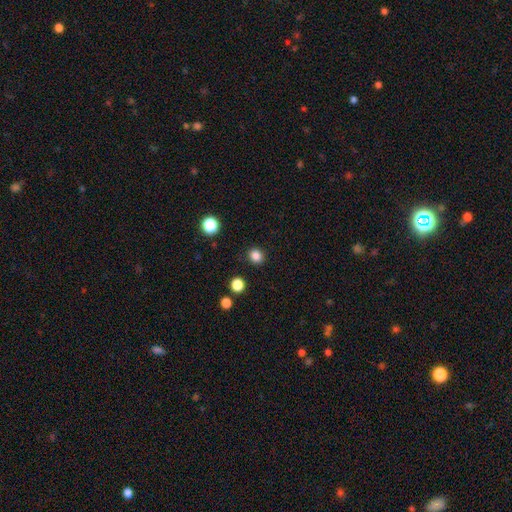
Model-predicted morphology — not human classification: Smooth or featured? Predicted: smooth (p=0.84). How rounded? Predicted: round (p=0.79). Merging? Predicted: none (p=0.90).